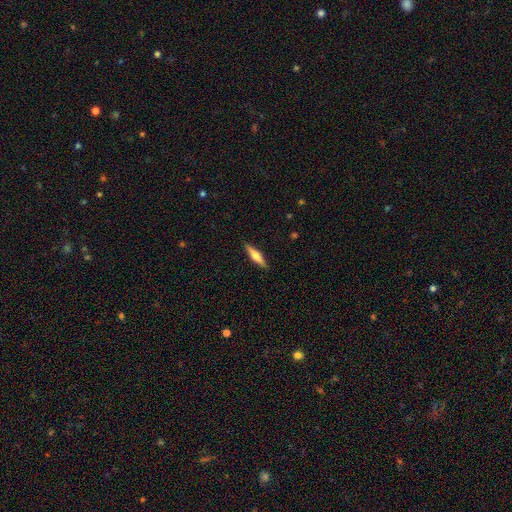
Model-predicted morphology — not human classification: Q: Smooth or featured?
A: featured or disk (50%); runner-up: smooth (44%)
Q: Merging?
A: none (90%); runner-up: minor disturbance (7%)